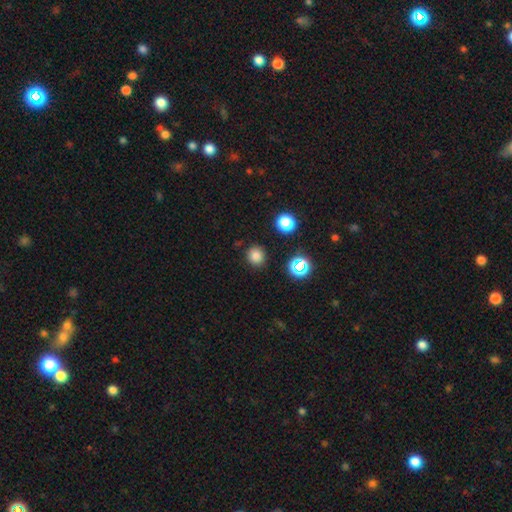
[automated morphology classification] This is likely a smooth galaxy (77%). How rounded: clearly round (89%). Merging: clearly none (88%).